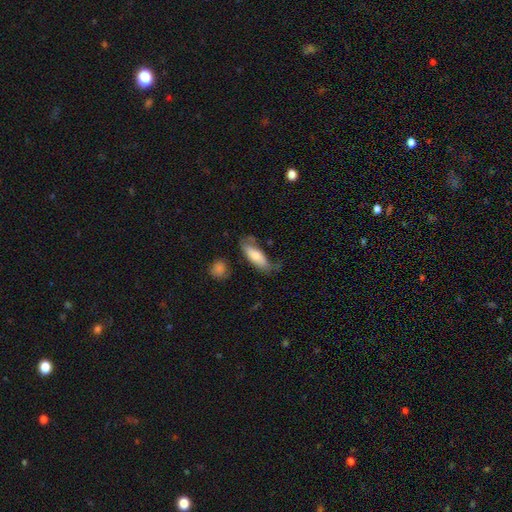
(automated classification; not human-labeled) A smooth galaxy with no disk features (74%) that is in between round and cigar-shaped (64%).

Vote fractions:
- Smooth or featured? smooth: 74% / featured or disk: 20% / star or artifact: 6%
- How rounded? in between: 64% / cigar-shaped: 34% / round: 2%
- Merging? none: 55% / minor disturbance: 28% / major disturbance: 12% / merger: 5%